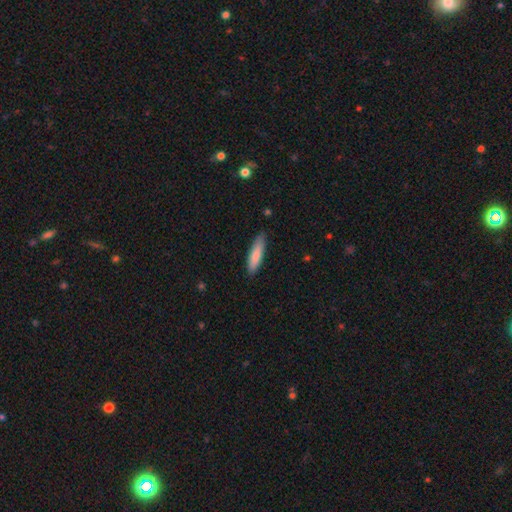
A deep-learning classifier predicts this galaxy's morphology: Smooth or featured? smooth (82%)
How rounded? cigar-shaped (69%)
Merging? none (83%)